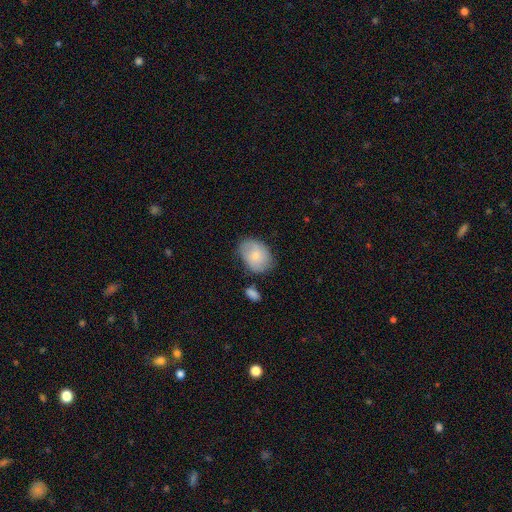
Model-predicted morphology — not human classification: Smooth or featured? Predicted: smooth (p=0.63). How rounded? Predicted: in between (p=0.66). Merging? Predicted: none (p=0.63).